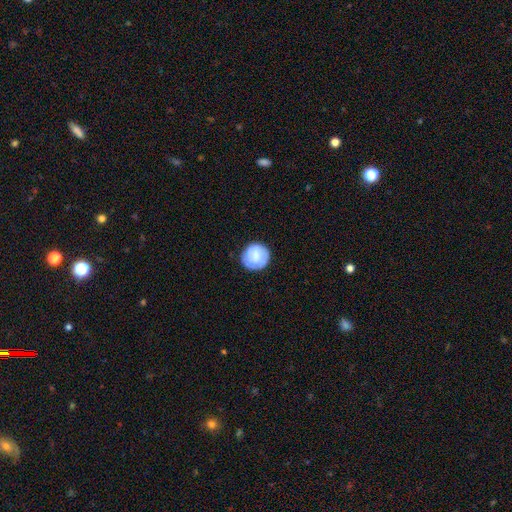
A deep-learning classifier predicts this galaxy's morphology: This appears to be a smooth galaxy with no disk features (64%) that is round (90%). Merging: none (80%).